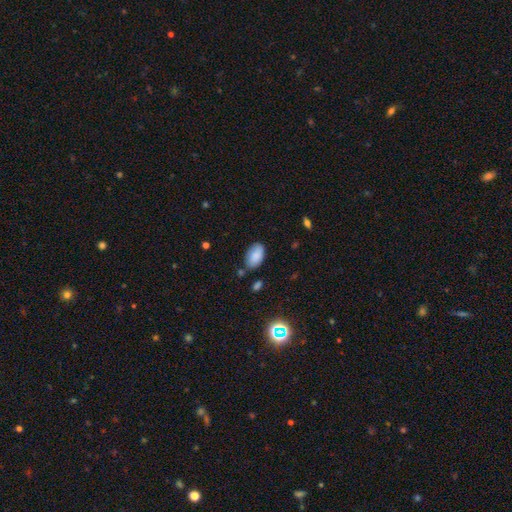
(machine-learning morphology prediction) Q: Smooth or featured?
A: smooth (86%); runner-up: star or artifact (8%)
Q: How rounded?
A: in between (94%); runner-up: round (5%)
Q: Merging?
A: none (74%); runner-up: minor disturbance (18%)